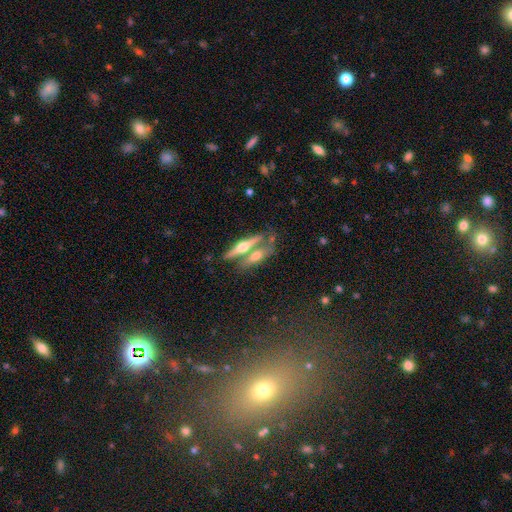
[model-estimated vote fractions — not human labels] featured or disk 60%, smooth 32%, star or artifact 7%. Down the decision tree: edge-on disk — yes (89%); edge-on bulge — rounded (94%); merging — none (50%).